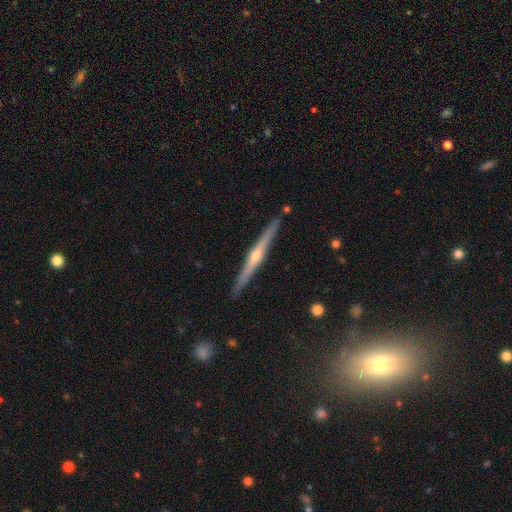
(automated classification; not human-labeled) Smooth or featured? Predicted: featured or disk (p=0.79). Edge-on disk? Predicted: yes (p=0.98). Edge-on bulge? Predicted: rounded (p=0.86). Merging? Predicted: none (p=0.91).